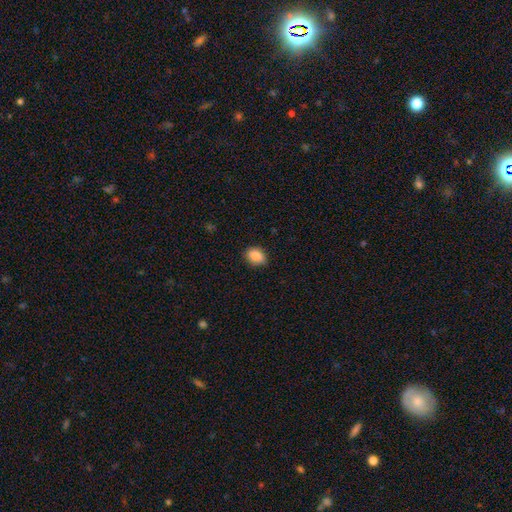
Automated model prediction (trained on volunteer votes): This appears to be a smooth galaxy with no disk features (87%) that is in between round and cigar-shaped (63%). Merging: none (85%).